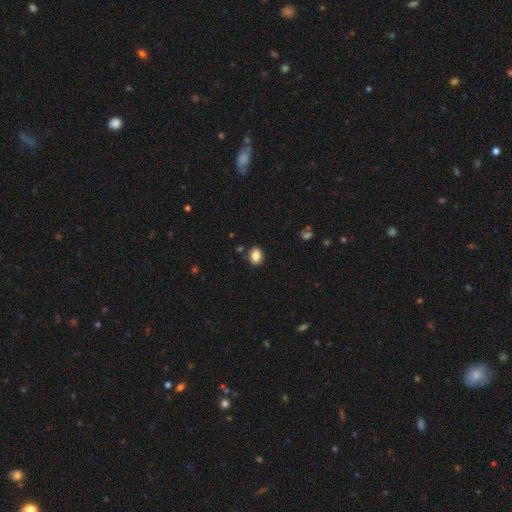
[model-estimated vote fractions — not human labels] smooth-or-featured: smooth: 84% | star or artifact: 10% | featured or disk: 7%
  how-rounded: in between: 50% | round: 49% | cigar-shaped: 1%
  merging: none: 87% | minor disturbance: 8% | merger: 3% | major disturbance: 2%